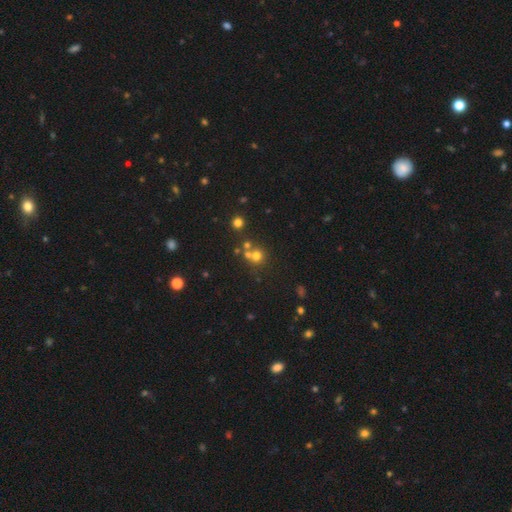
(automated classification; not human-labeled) smooth 64%, star or artifact 22%, featured or disk 14%. Down the decision tree: how rounded — round (87%); merging — none (54%).